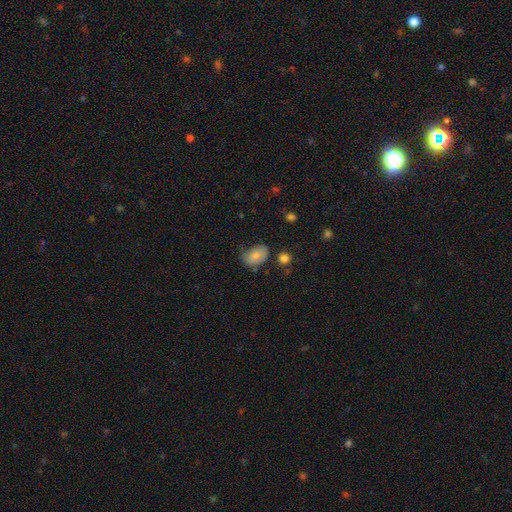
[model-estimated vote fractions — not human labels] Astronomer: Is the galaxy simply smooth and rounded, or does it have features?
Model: smooth — 78%.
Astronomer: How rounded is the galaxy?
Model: in between — 80%.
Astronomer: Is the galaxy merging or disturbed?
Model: none — 50% (runner-up: minor disturbance, 36%).